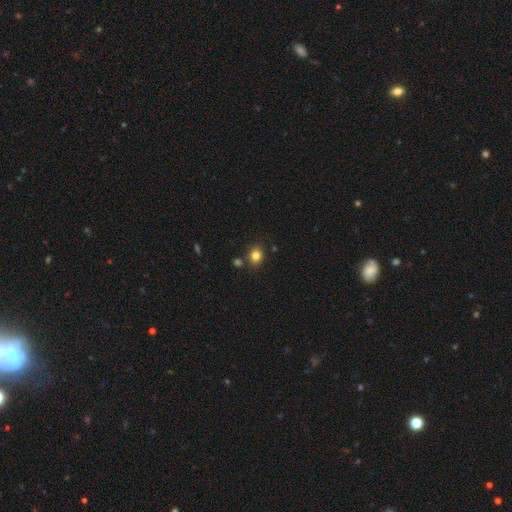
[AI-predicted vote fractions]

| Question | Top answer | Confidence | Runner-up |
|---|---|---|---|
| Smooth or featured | smooth | 82% | star or artifact (12%) |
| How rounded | round | 70% | in between (29%) |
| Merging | none | 81% | minor disturbance (10%) |